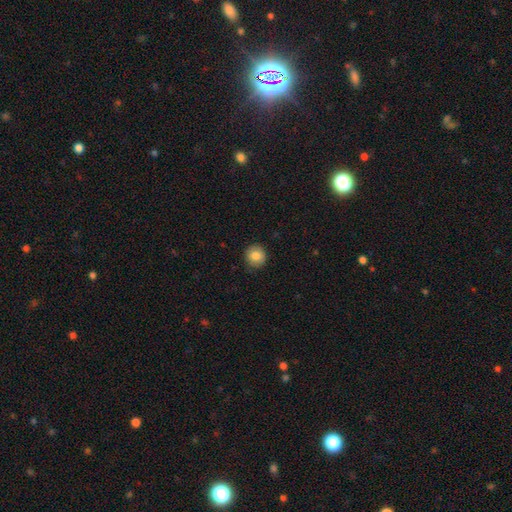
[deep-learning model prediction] A smooth galaxy with no disk features (82%) that is round (91%).

Vote fractions:
- Smooth or featured? smooth: 82% / featured or disk: 9% / star or artifact: 8%
- How rounded? round: 91% / in between: 8% / cigar-shaped: 1%
- Merging? none: 87% / minor disturbance: 10% / major disturbance: 2% / merger: 1%